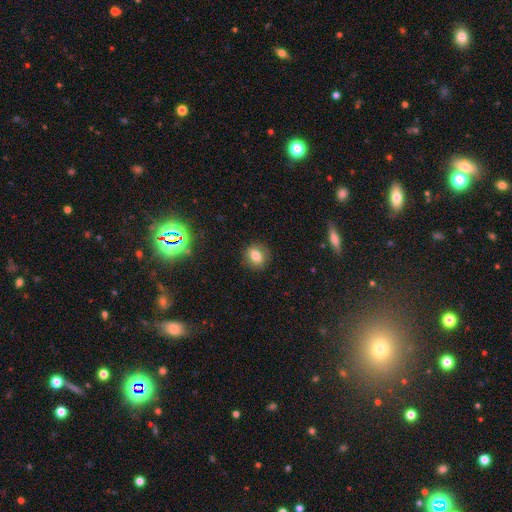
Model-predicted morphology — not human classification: type=smooth (76%); roundness=round (67%); merging=none (87%).